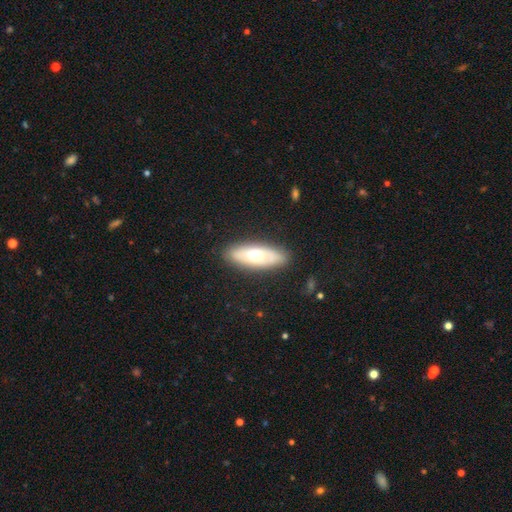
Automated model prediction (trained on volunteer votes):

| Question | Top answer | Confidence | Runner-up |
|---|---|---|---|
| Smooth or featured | smooth | 54% | featured or disk (40%) |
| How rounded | in between | 71% | cigar-shaped (26%) |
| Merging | none | 85% | minor disturbance (11%) |